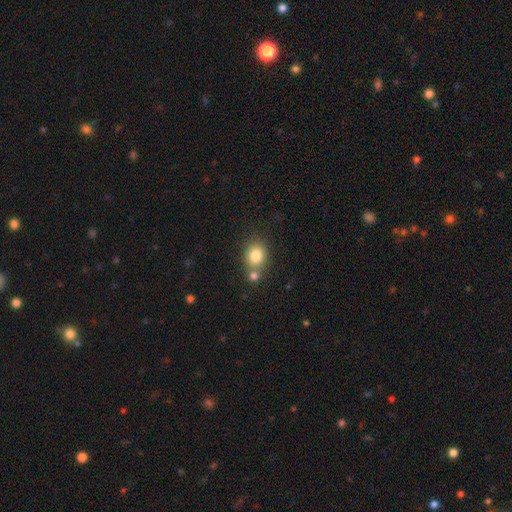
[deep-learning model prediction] Q: Smooth or featured?
A: smooth (81%); runner-up: star or artifact (10%)
Q: How rounded?
A: round (70%); runner-up: in between (29%)
Q: Merging?
A: none (56%); runner-up: merger (31%)